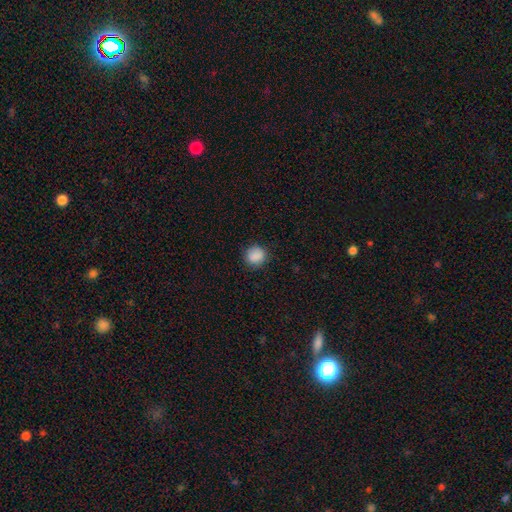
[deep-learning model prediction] Smooth or featured?
  - smooth: 88% *
  - star or artifact: 9%
  - featured or disk: 3%
How rounded?
  - round: 81% *
  - in between: 18%
  - cigar-shaped: 1%
Merging?
  - none: 85% *
  - minor disturbance: 11%
  - major disturbance: 3%
  - merger: 1%